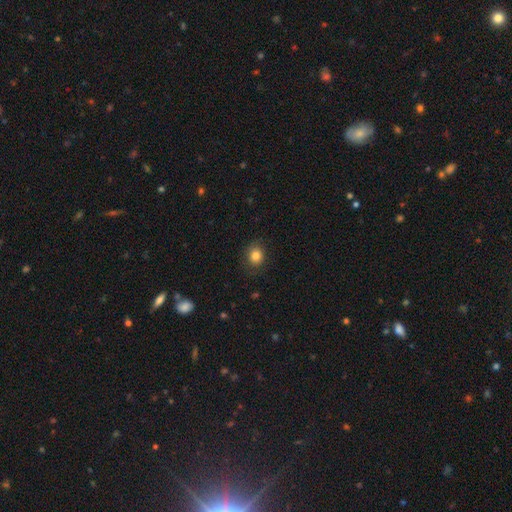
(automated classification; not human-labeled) smooth 83%, star or artifact 11%, featured or disk 7%. Down the decision tree: how rounded — round (72%); merging — none (81%).